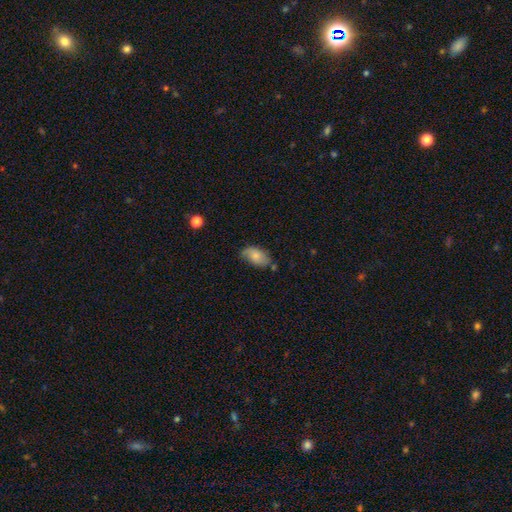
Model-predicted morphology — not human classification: A smooth galaxy with no disk features (71%) that is in between round and cigar-shaped (93%). Merging: none (57%).